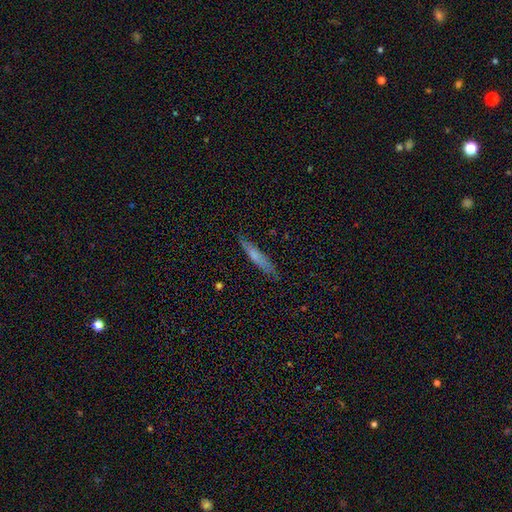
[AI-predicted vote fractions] Morphology: type=smooth (62%); roundness=cigar-shaped (91%); merging=none (82%).